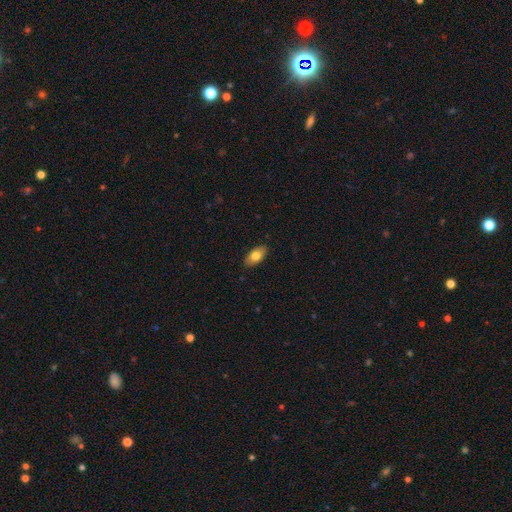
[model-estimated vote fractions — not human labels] Smooth or featured?
  - smooth: 78% *
  - featured or disk: 16%
  - star or artifact: 6%
How rounded?
  - in between: 92% *
  - cigar-shaped: 4%
  - round: 4%
Merging?
  - none: 88% *
  - minor disturbance: 9%
  - major disturbance: 2%
  - merger: 1%